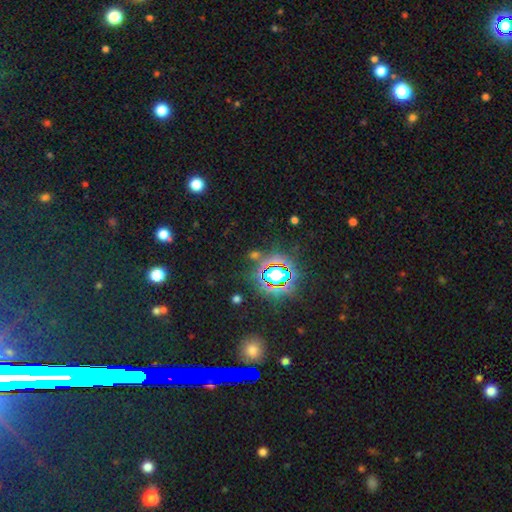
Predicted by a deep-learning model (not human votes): This is likely a star or artifact rather than a galaxy (74%).